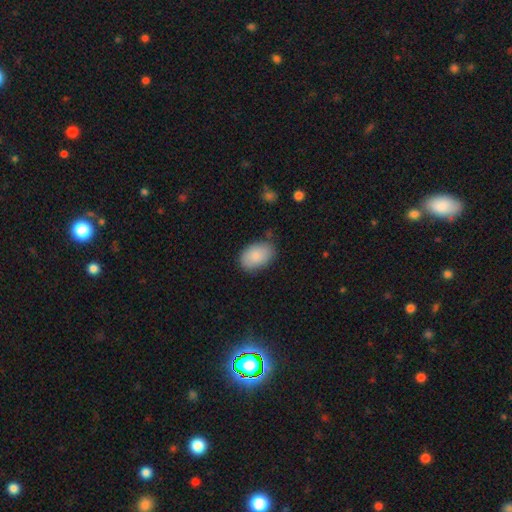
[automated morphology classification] This is clearly a smooth galaxy (86%). How rounded: clearly in between (88%). Merging: likely none (77%).